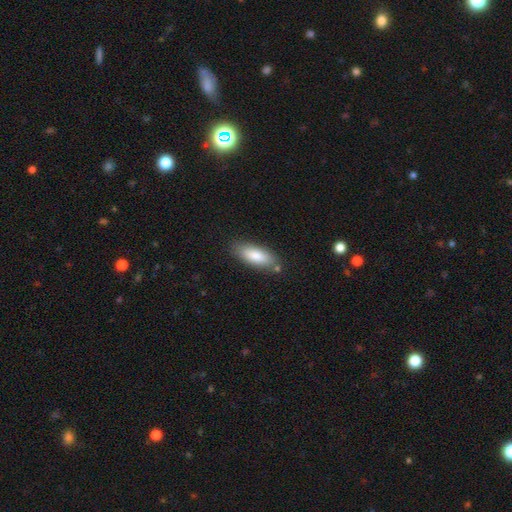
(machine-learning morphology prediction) This appears to be a smooth galaxy with no disk features (82%) that is in between round and cigar-shaped (74%). Merging: none (79%).